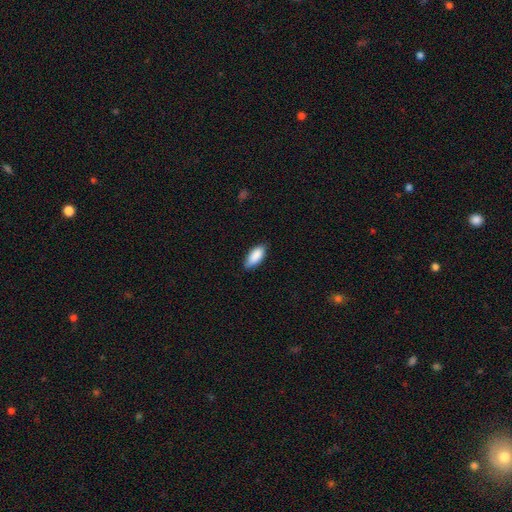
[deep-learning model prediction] smooth_or_featured: smooth (p=0.89) [alt: star or artifact p=0.06]
how_rounded: in between (p=0.87) [alt: cigar-shaped p=0.11]
merging: none (p=0.79) [alt: minor disturbance p=0.17]